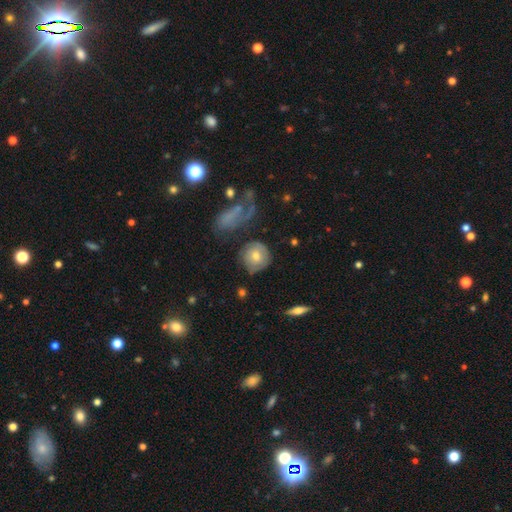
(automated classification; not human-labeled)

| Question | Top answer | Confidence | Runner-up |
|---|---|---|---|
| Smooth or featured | smooth | 58% | featured or disk (34%) |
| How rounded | round | 86% | in between (13%) |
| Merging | none | 62% | minor disturbance (19%) |